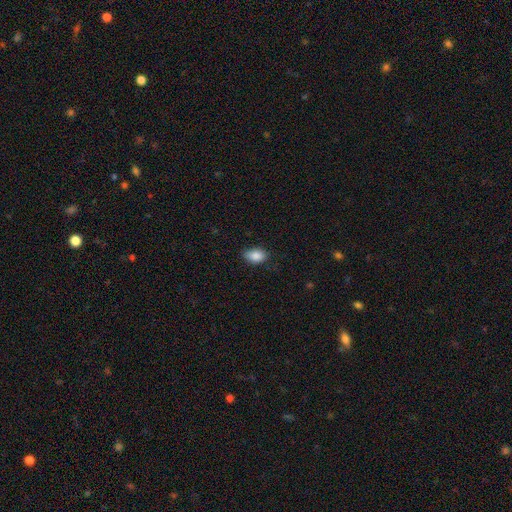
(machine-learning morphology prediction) Overall: smooth (87%). How rounded: in between (87%). Merging: none (75%).